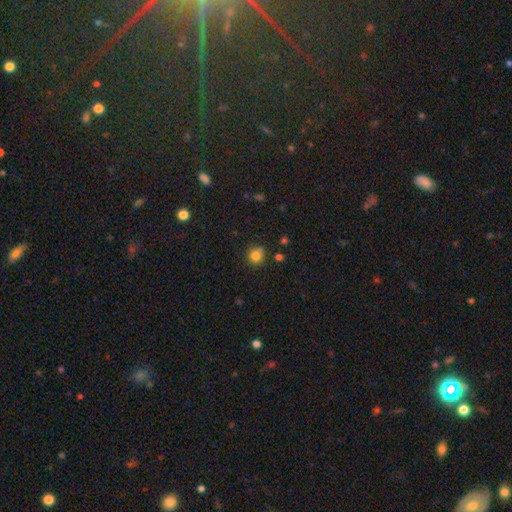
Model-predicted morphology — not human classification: smooth 80%, star or artifact 13%, featured or disk 6%. Down the decision tree: how rounded — round (88%); merging — none (72%).